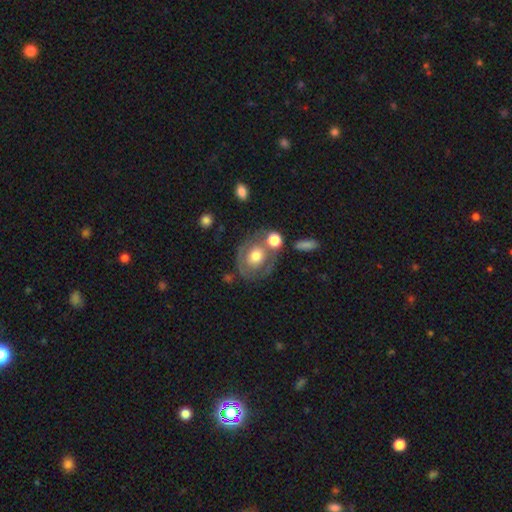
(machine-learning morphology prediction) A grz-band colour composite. It shows a featured or disk galaxy (46%, tied with smooth). Merging: none (54%).